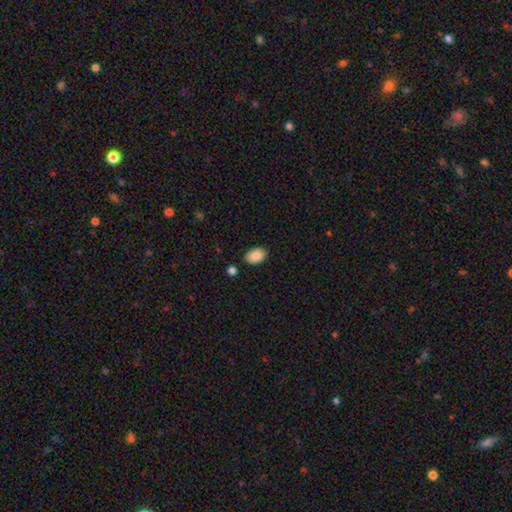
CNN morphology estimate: A smooth galaxy with no disk features (89%) that is in between round and cigar-shaped (87%). Merging: none (84%).